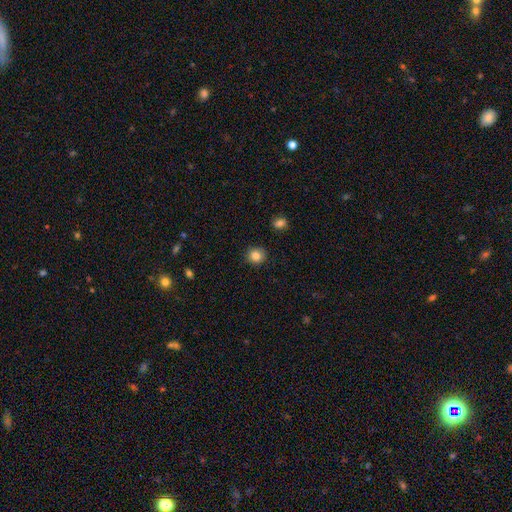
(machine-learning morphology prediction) Smooth or featured? Predicted: smooth (p=0.85). How rounded? Predicted: round (p=0.86). Merging? Predicted: none (p=0.87).